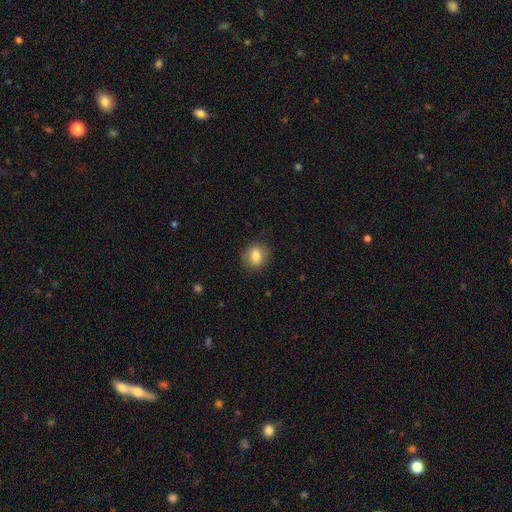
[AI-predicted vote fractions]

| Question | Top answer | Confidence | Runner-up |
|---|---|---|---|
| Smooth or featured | smooth | 82% | star or artifact (9%) |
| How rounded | round | 69% | in between (30%) |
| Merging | none | 86% | minor disturbance (10%) |